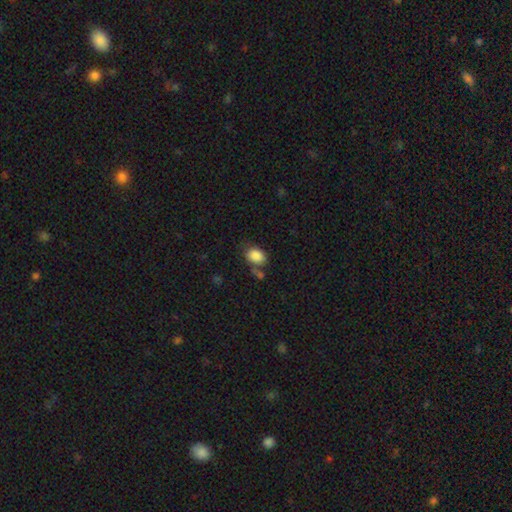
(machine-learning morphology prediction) Smooth or featured? Predicted: smooth (p=0.86). How rounded? Predicted: in between (p=0.72). Merging? Predicted: none (p=0.59).